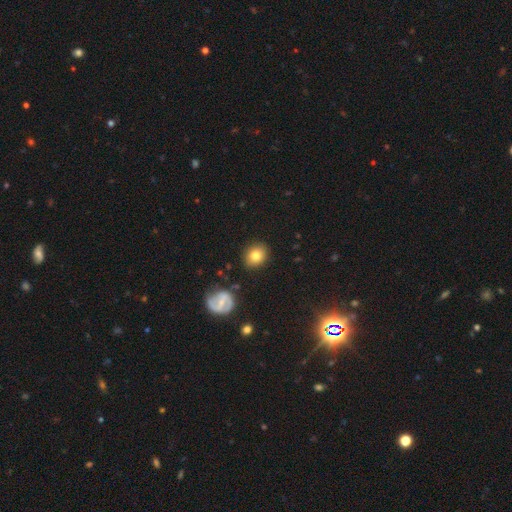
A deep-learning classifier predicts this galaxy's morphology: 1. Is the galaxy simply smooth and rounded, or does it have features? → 77% smooth, 14% featured or disk, 10% star or artifact.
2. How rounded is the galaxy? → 68% round, 31% in between, 1% cigar-shaped.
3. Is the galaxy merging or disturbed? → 85% none, 10% minor disturbance, 3% major disturbance, 2% merger.